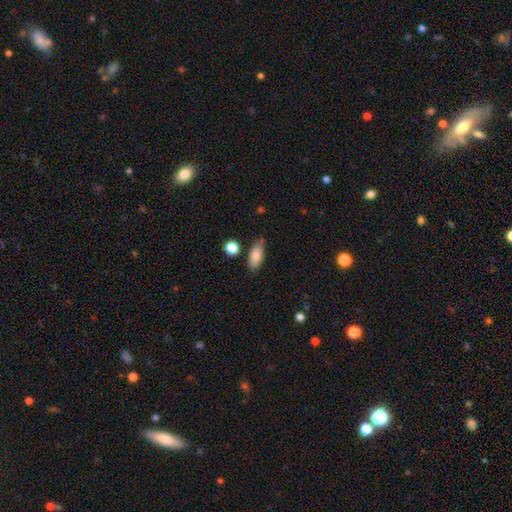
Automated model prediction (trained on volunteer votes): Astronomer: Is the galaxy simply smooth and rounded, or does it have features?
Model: smooth — 83%.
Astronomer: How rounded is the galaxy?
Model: in between — 84%.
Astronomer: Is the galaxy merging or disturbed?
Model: none — 72%.